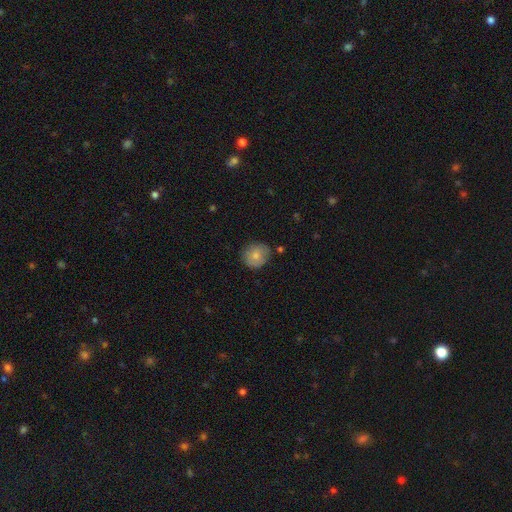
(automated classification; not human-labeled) A smooth galaxy with no disk features (78%) that is round (85%).

Vote fractions:
- Smooth or featured? smooth: 78% / featured or disk: 14% / star or artifact: 8%
- How rounded? round: 85% / in between: 14% / cigar-shaped: 1%
- Merging? none: 77% / minor disturbance: 16% / major disturbance: 3% / merger: 3%